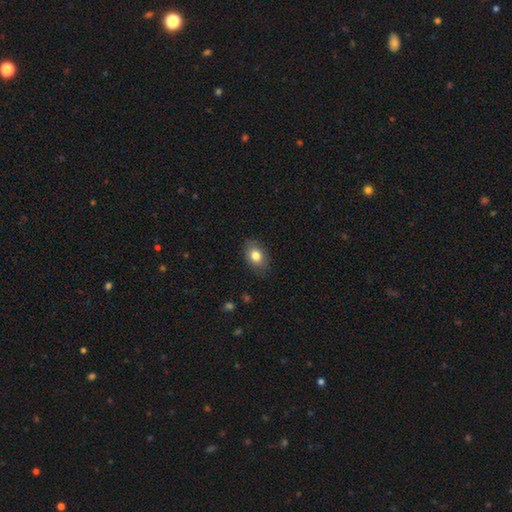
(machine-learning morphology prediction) smooth_or_featured: smooth (p=0.79) [alt: featured or disk p=0.12]
how_rounded: in between (p=0.79) [alt: round p=0.19]
merging: none (p=0.82) [alt: minor disturbance p=0.14]